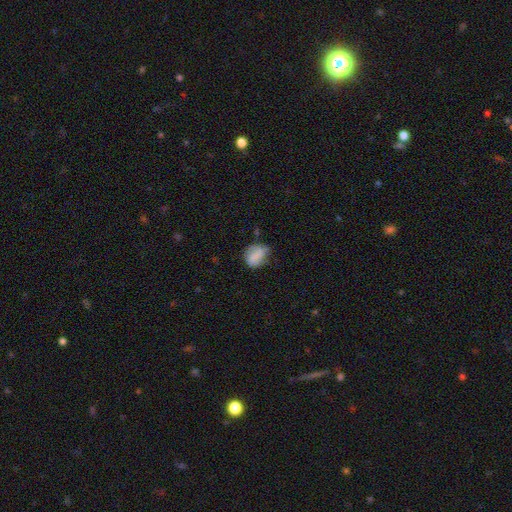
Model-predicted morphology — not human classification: This is likely a smooth galaxy (69%). How rounded: possibly in between (59%). Merging: possibly none (51%).